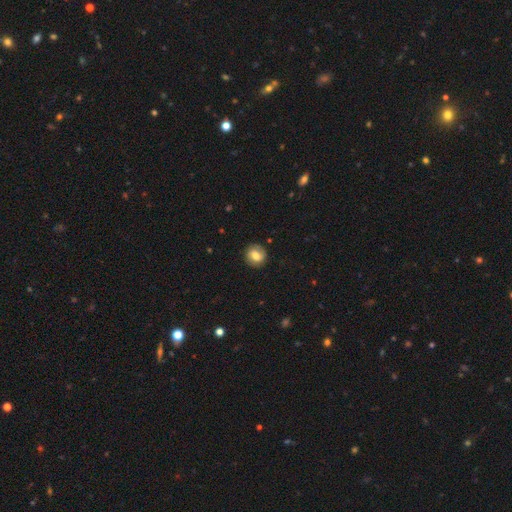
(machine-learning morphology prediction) type=smooth (62%); roundness=round (83%); merging=none (86%).